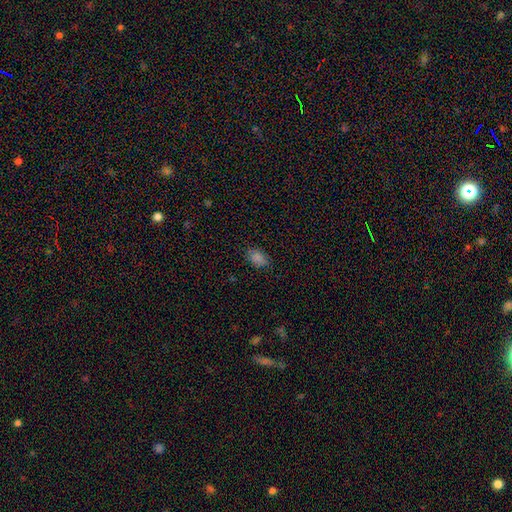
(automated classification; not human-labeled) Morphology: type=smooth (76%); roundness=in between (88%); merging=none (83%).